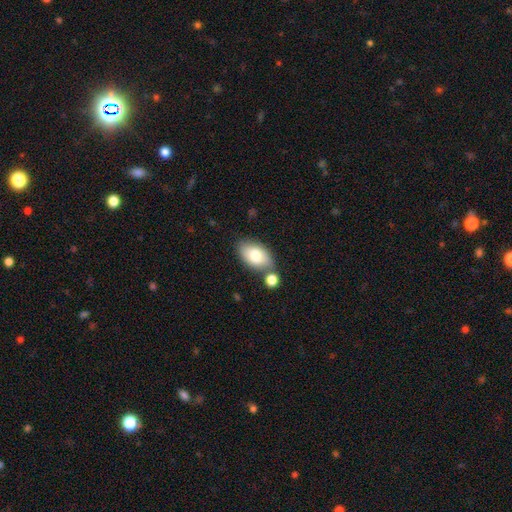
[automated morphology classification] smooth 77%, featured or disk 16%, star or artifact 7%. Down the decision tree: how rounded — in between (92%); merging — none (65%).